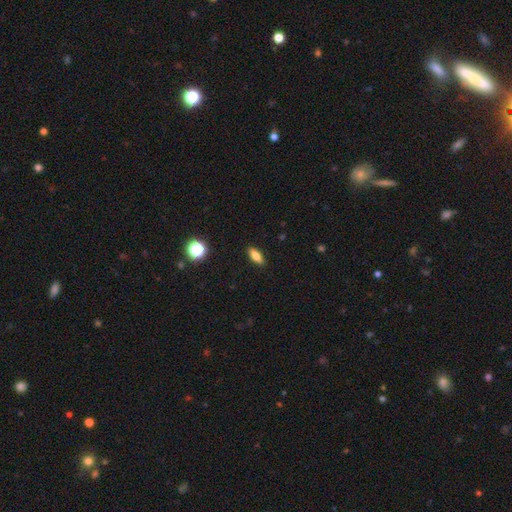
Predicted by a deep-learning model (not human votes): Smooth or featured? Predicted: smooth (p=0.71). How rounded? Predicted: in between (p=0.69). Merging? Predicted: none (p=0.89).